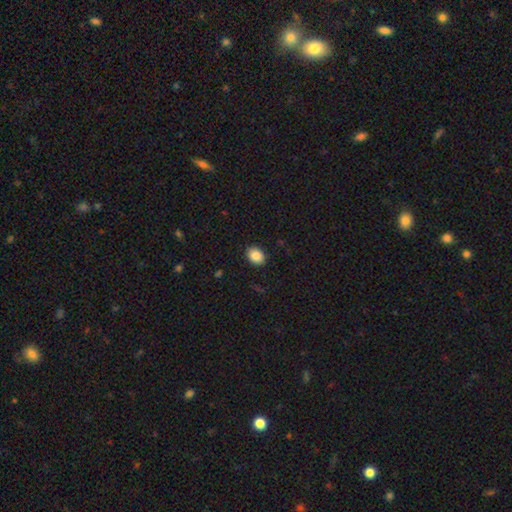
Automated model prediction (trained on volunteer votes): This is clearly a smooth galaxy (87%). How rounded: likely in between (67%). Merging: clearly none (88%).